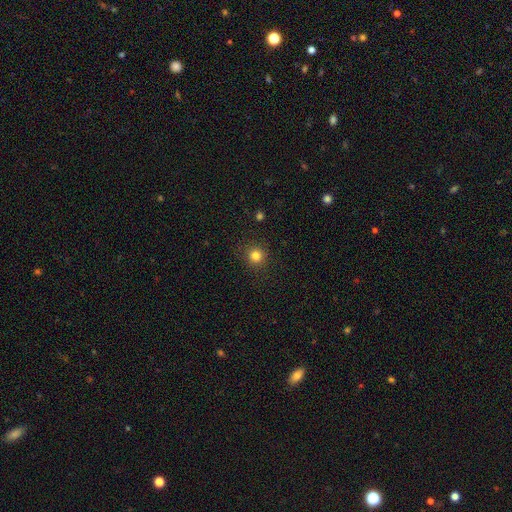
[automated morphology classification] Smooth or featured? Predicted: smooth (p=0.82). How rounded? Predicted: round (p=0.93). Merging? Predicted: none (p=0.90).